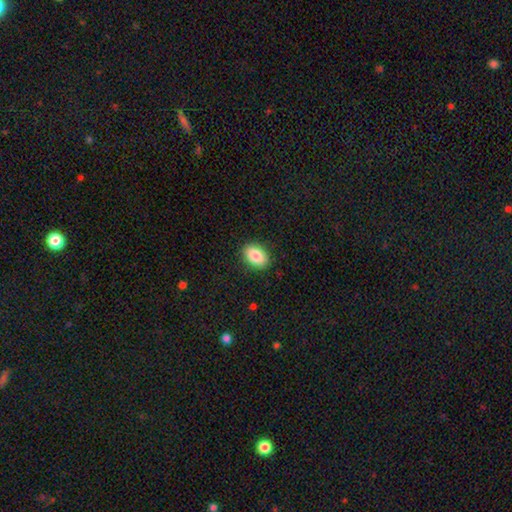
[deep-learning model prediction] smooth_or_featured: smooth (p=0.86) [alt: star or artifact p=0.07]
how_rounded: in between (p=0.83) [alt: round p=0.16]
merging: none (p=0.88) [alt: minor disturbance p=0.08]